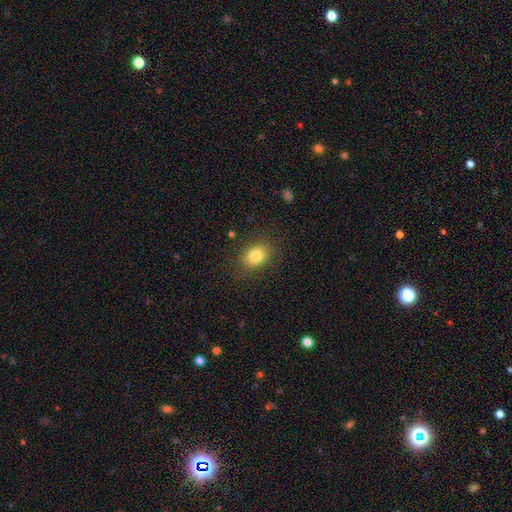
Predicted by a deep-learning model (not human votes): Overall: smooth (82%). How rounded: in between (58%; round 41%). Merging: none (84%).